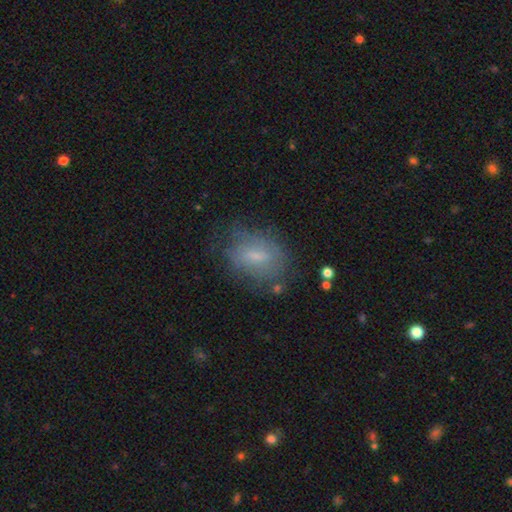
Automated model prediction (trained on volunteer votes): Smooth or featured? Predicted: smooth (p=0.55). How rounded? Predicted: in between (p=0.74). Merging? Predicted: none (p=0.64).